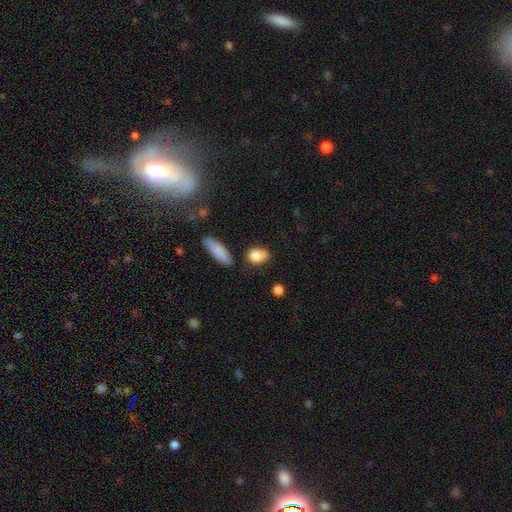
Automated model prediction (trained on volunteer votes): Smooth or featured? Predicted: smooth (p=0.84). How rounded? Predicted: in between (p=0.69). Merging? Predicted: none (p=0.61).